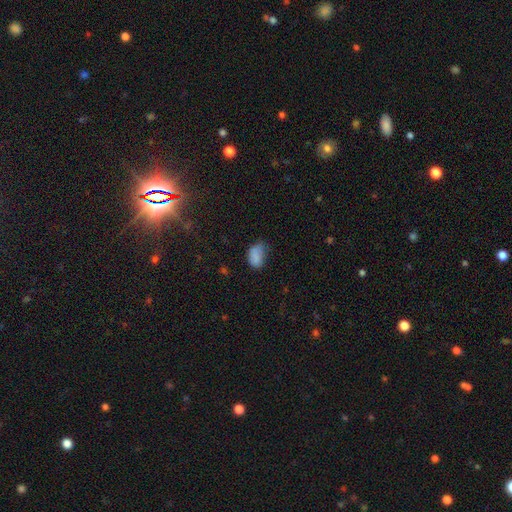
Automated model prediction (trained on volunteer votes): smooth-or-featured: smooth: 83% | star or artifact: 10% | featured or disk: 7%
  how-rounded: in between: 88% | round: 11% | cigar-shaped: 1%
  merging: none: 45% | minor disturbance: 39% | major disturbance: 14% | merger: 2%